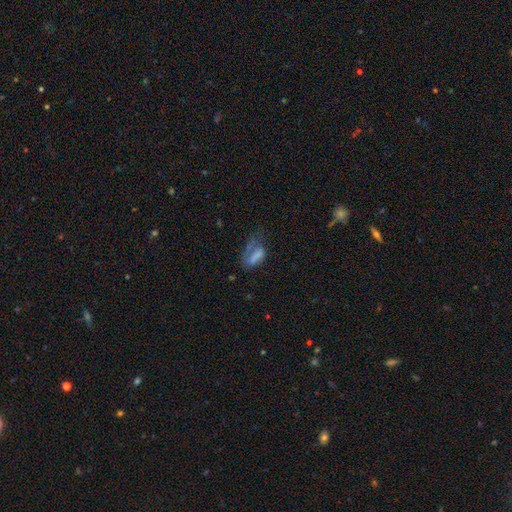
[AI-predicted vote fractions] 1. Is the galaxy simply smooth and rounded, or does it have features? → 63% smooth, 26% featured or disk, 12% star or artifact.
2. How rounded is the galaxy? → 79% in between, 15% cigar-shaped, 6% round.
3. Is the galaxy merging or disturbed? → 47% major disturbance, 24% none, 23% minor disturbance, 6% merger.